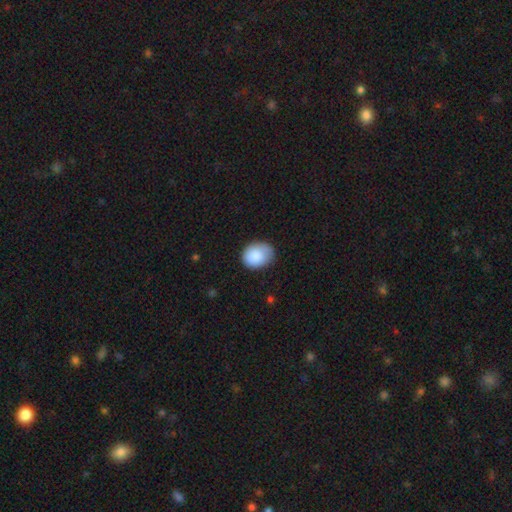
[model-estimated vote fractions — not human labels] smooth 86%, featured or disk 7%, star or artifact 7%. Down the decision tree: how rounded — in between (50%, tied with round); merging — none (68%).